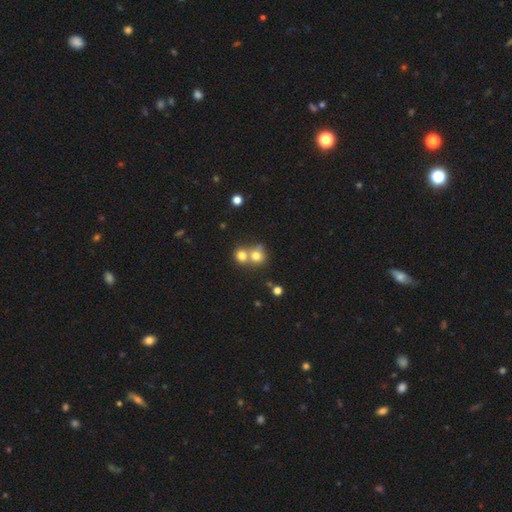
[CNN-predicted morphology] smooth 75%, star or artifact 12%, featured or disk 12%. Down the decision tree: how rounded — round (81%); merging — merger (55%).